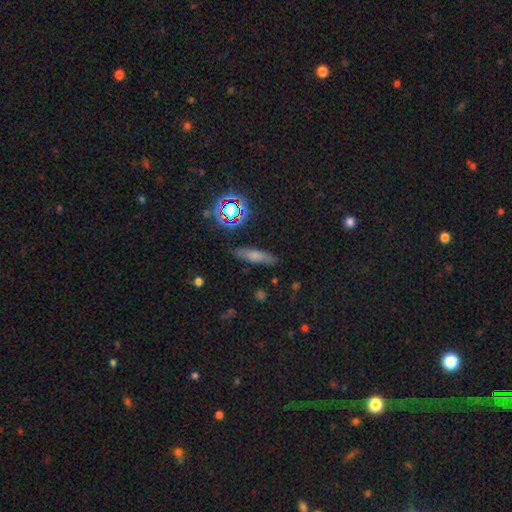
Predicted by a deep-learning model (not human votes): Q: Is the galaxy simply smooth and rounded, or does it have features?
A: smooth — 58%.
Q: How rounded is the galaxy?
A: cigar-shaped — 67%.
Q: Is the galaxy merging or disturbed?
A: none — 82%.